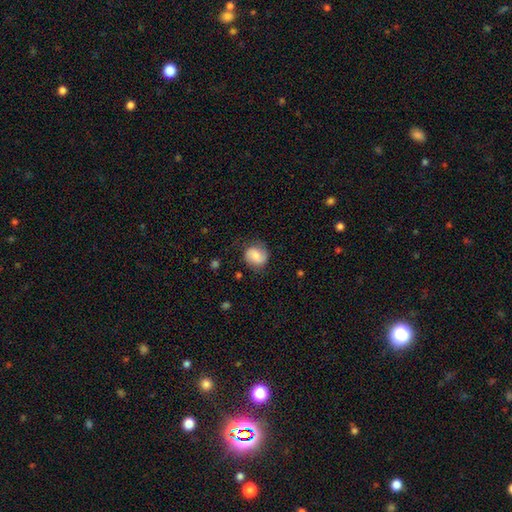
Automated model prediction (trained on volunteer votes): The model was most divided on "smooth or featured": smooth: 50%, featured or disk: 42%, star or artifact: 8%. More confident: merging — none (73%); how rounded — round (70%).